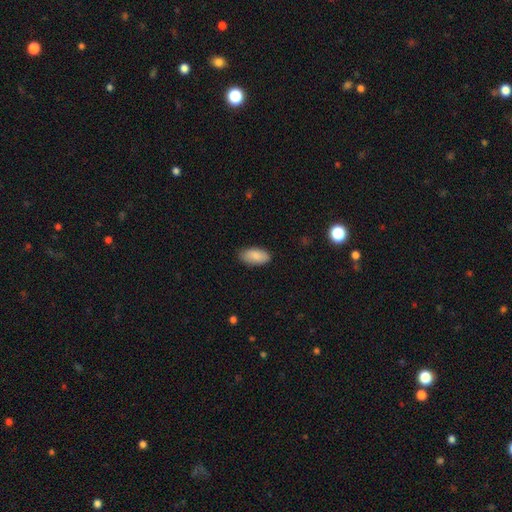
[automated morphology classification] type=smooth (87%); roundness=in between (93%); merging=none (84%).